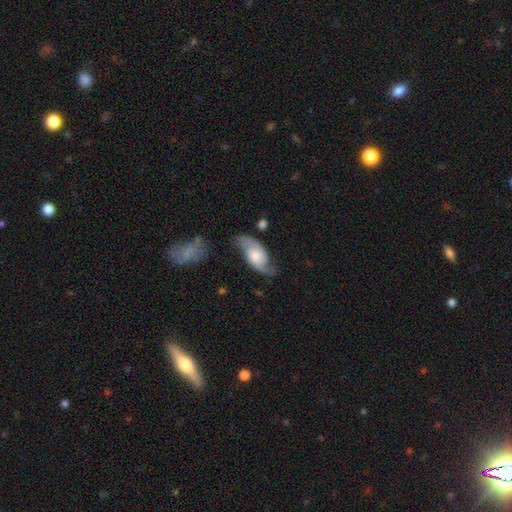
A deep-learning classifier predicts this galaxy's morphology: A featured or disk galaxy (74%) with no bar (62%), 2 (90%) loose (48%) spiral arms (93%) and a moderate central bulge (41%).

Vote fractions:
- Smooth or featured? featured or disk: 74% / smooth: 21% / star or artifact: 5%
- Edge-on disk? no: 92% / yes: 8%
- Bar? no: 62% / weak: 31% / strong: 7%
- Spiral arms? yes: 93% / no: 7%
- Spiral winding? loose: 48% / medium: 39% / tight: 13%
- Spiral arm count? 2: 90% / can't tell: 5% / 1: 3% / 3: 1% / 4: 1% / more than 4: 1%
- Bulge size? moderate: 41% / large: 25% / small: 22% / none: 8% / dominant: 4%
- Merging? none: 67% / minor disturbance: 21% / major disturbance: 9% / merger: 3%